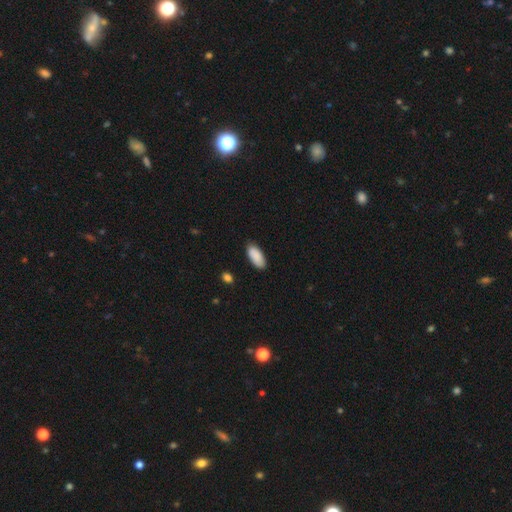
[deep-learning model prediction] Smooth or featured: smooth — 90% (star or artifact — 6%)
How rounded: in between — 89% (cigar-shaped — 9%)
Merging: none — 85% (minor disturbance — 12%)